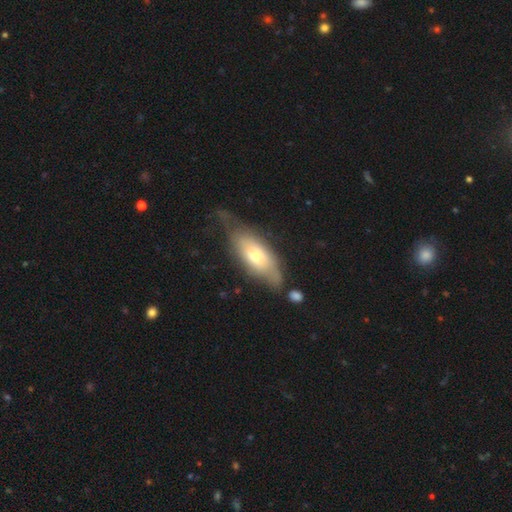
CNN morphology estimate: A smooth galaxy with no disk features (57%) that is in between round and cigar-shaped (77%).

Vote fractions:
- Smooth or featured? smooth: 57% / featured or disk: 37% / star or artifact: 6%
- How rounded? in between: 77% / cigar-shaped: 20% / round: 2%
- Merging? none: 41% / minor disturbance: 33% / major disturbance: 19% / merger: 6%